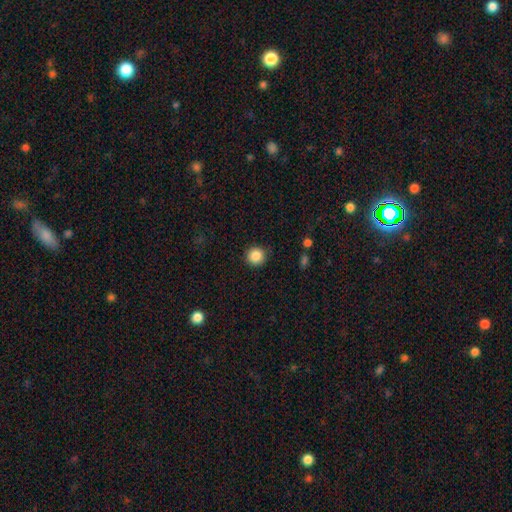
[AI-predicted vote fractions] A smooth galaxy with no disk features (86%) that is round (94%).

Vote fractions:
- Smooth or featured? smooth: 86% / star or artifact: 10% / featured or disk: 4%
- How rounded? round: 94% / in between: 5% / cigar-shaped: 1%
- Merging? none: 89% / minor disturbance: 8% / major disturbance: 2% / merger: 1%